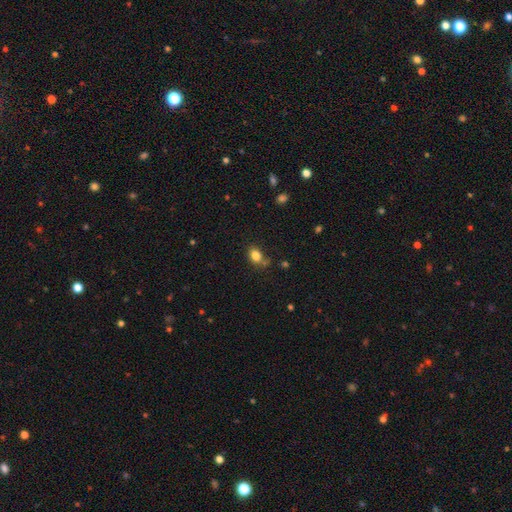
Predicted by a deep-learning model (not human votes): smooth_or_featured: smooth (p=0.82) [alt: star or artifact p=0.11]
how_rounded: in between (p=0.59) [alt: round p=0.40]
merging: none (p=0.65) [alt: minor disturbance p=0.18]